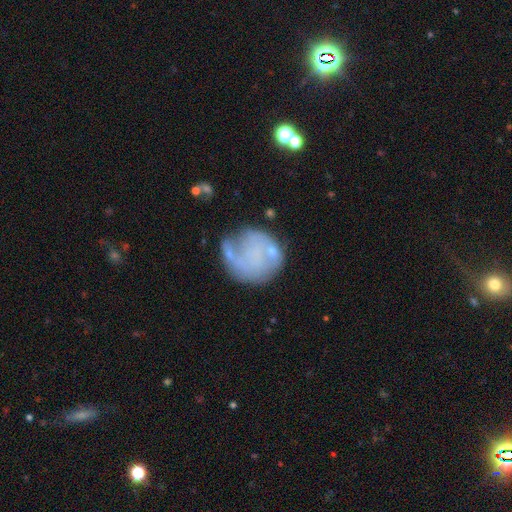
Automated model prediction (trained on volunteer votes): A featured or disk galaxy (47%). Merging: none (46%).